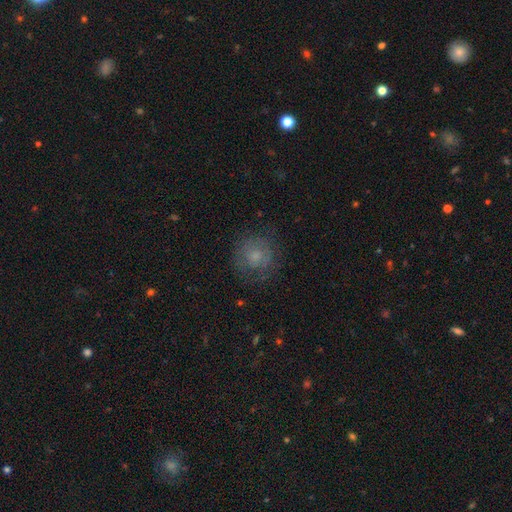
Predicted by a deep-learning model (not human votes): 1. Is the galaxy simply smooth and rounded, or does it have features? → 64% smooth, 24% featured or disk, 12% star or artifact.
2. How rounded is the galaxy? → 88% round, 11% in between, 1% cigar-shaped.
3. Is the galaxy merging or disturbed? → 74% none, 16% minor disturbance, 9% major disturbance, 1% merger.